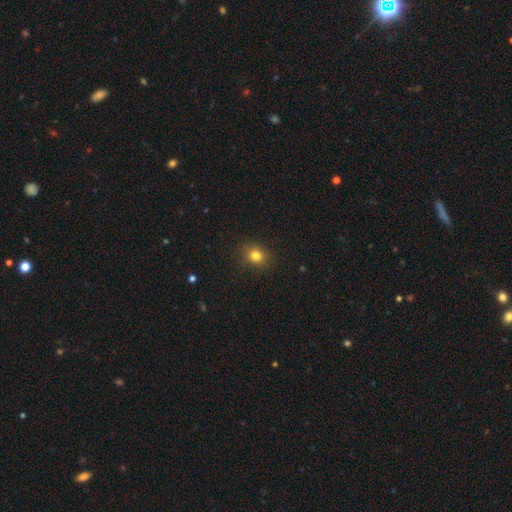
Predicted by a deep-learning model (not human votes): Smooth or featured? smooth (81%)
How rounded? round (67%)
Merging? none (89%)